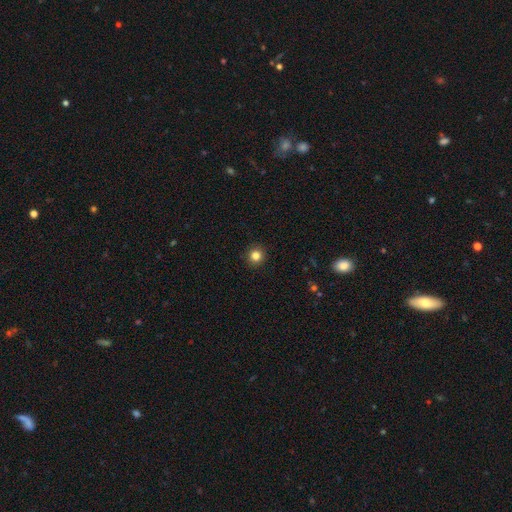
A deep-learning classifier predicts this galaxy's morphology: This appears to be a smooth galaxy with no disk features (83%) that is round (94%). Merging: none (93%).